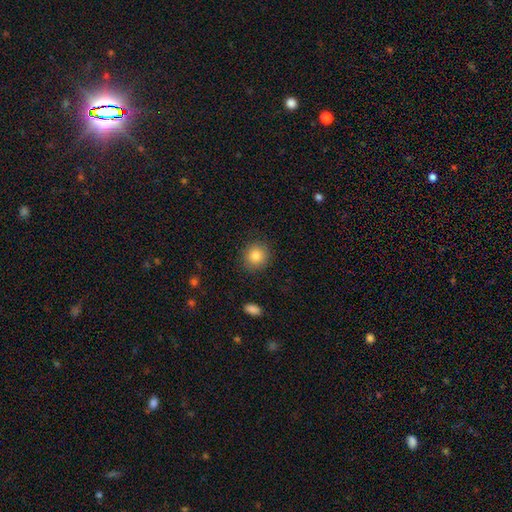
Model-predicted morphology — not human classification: Q: Smooth or featured?
A: smooth (85%); runner-up: star or artifact (10%)
Q: How rounded?
A: round (87%); runner-up: in between (12%)
Q: Merging?
A: none (89%); runner-up: minor disturbance (8%)